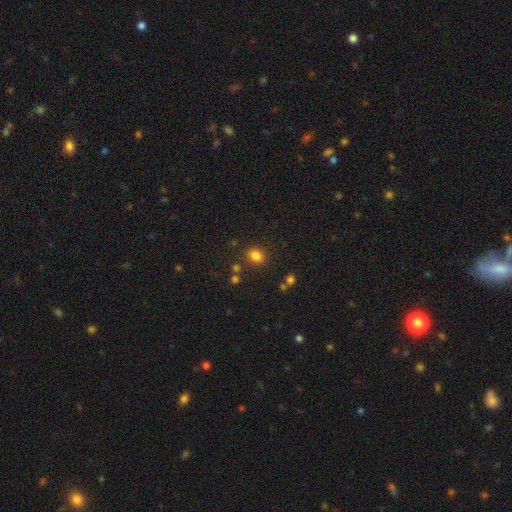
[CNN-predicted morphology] Smooth or featured? smooth (82%)
How rounded? round (51%)
Merging? none (81%)